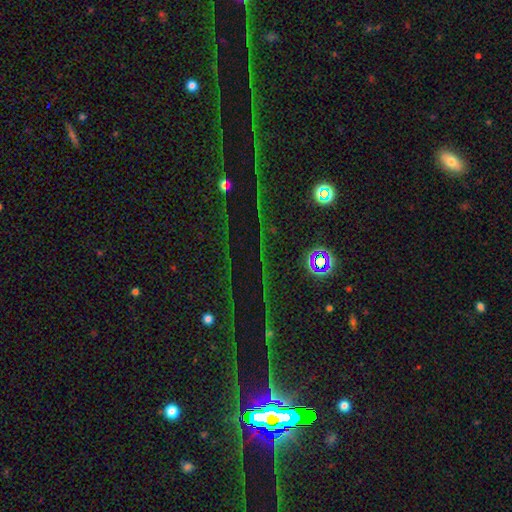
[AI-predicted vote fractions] smooth_or_featured: star or artifact (p=0.76) [alt: featured or disk p=0.12]